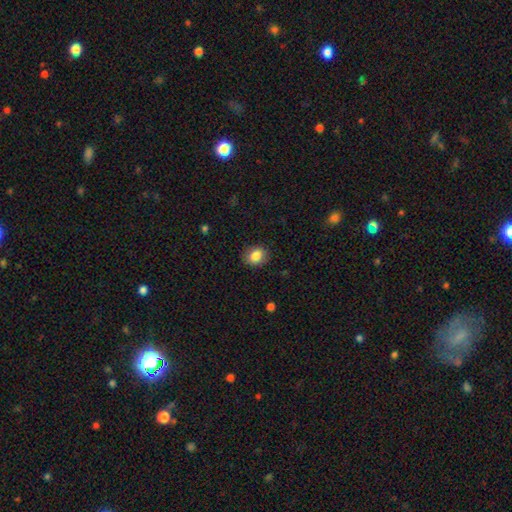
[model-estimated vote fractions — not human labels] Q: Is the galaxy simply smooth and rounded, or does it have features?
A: smooth — 84%.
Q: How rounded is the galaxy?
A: round — 54%.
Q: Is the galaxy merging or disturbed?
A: none — 86%.